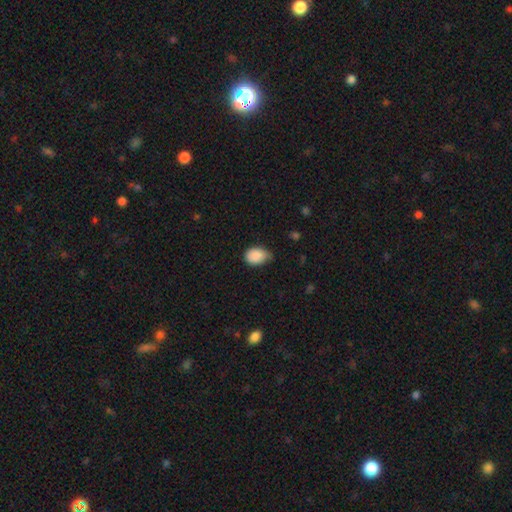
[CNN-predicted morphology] This appears to be a smooth galaxy with no disk features (87%) that is in between round and cigar-shaped (67%). Merging: none (49%).